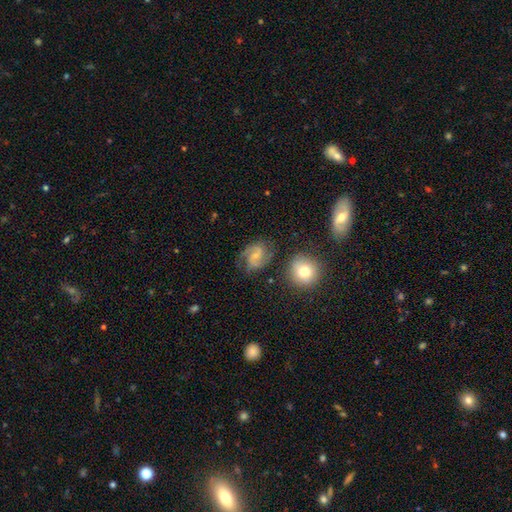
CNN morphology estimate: This appears to be a featured or disk galaxy (78%) with a weak bar (45%, tied with no), 2 (81%) medium (55%) spiral arms (96%) and a small central bulge (65%). Merging: none (68%).